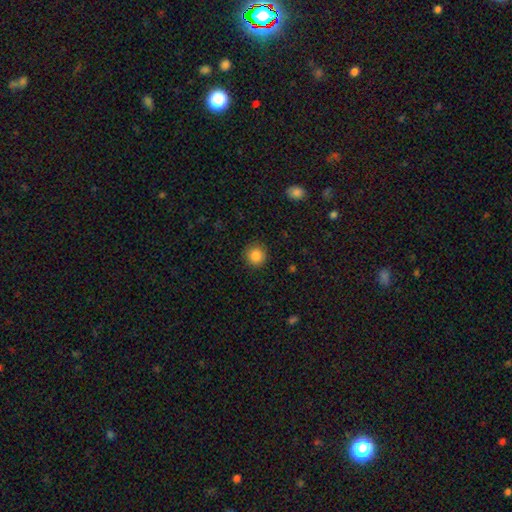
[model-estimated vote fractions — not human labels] smooth-or-featured: smooth: 86% | star or artifact: 10% | featured or disk: 4%
  how-rounded: round: 94% | in between: 5% | cigar-shaped: 1%
  merging: none: 91% | minor disturbance: 6% | major disturbance: 2% | merger: 1%